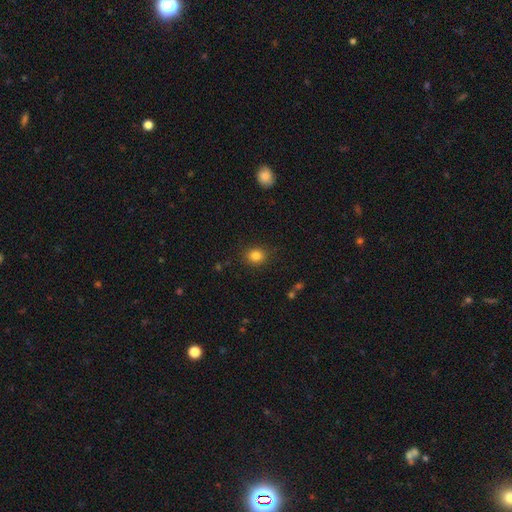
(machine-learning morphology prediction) Smooth or featured? smooth (83%)
How rounded? round (72%)
Merging? none (88%)